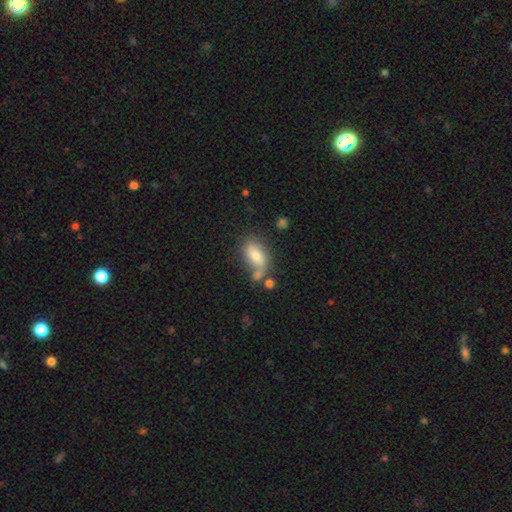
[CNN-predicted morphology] type=smooth (69%); roundness=in between (87%); merging=none (50%).